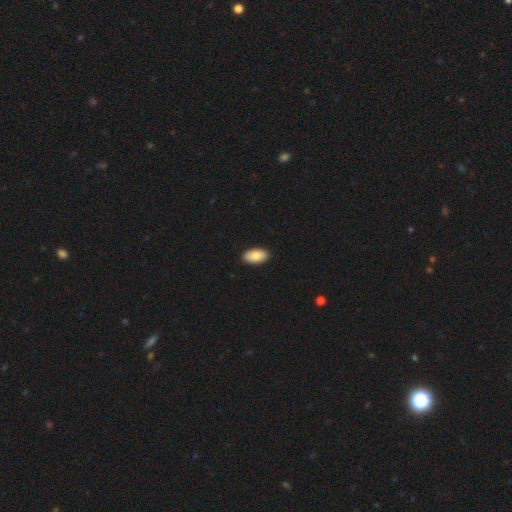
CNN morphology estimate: smooth 86%, featured or disk 7%, star or artifact 6%. Down the decision tree: how rounded — in between (95%); merging — none (91%).